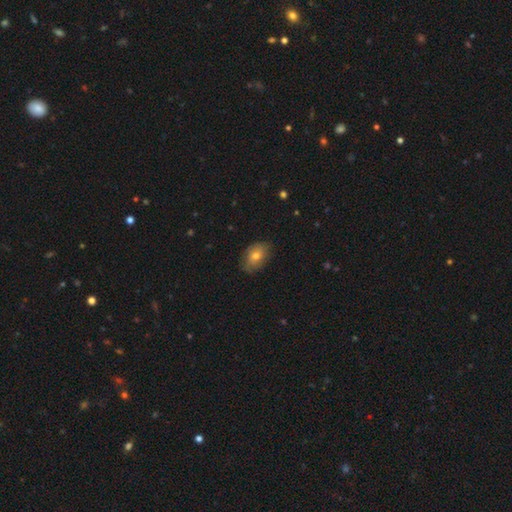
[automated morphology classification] Smooth or featured? Predicted: smooth (p=0.70). How rounded? Predicted: in between (p=0.81). Merging? Predicted: none (p=0.77).